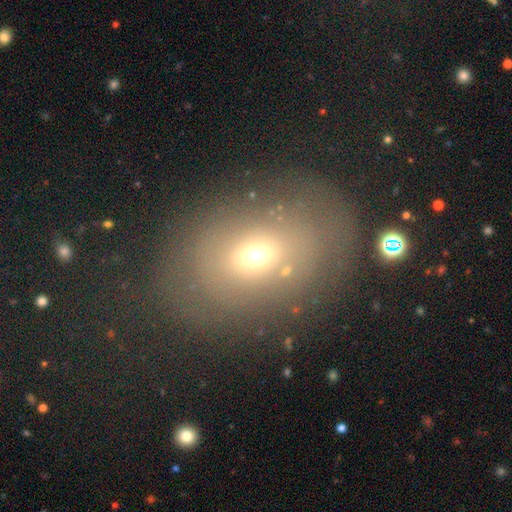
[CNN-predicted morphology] Smooth or featured?
  - smooth: 58% *
  - featured or disk: 25%
  - star or artifact: 17%
How rounded?
  - in between: 67% *
  - round: 32%
  - cigar-shaped: 1%
Merging?
  - none: 67% *
  - minor disturbance: 16%
  - major disturbance: 12%
  - merger: 4%